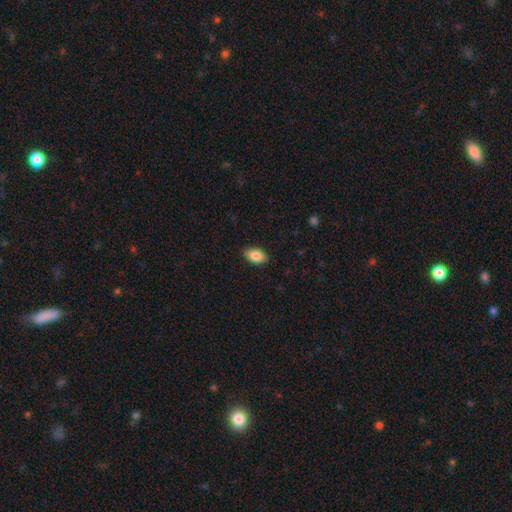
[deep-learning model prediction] Q: Smooth or featured?
A: smooth (86%); runner-up: star or artifact (7%)
Q: How rounded?
A: in between (90%); runner-up: round (8%)
Q: Merging?
A: none (87%); runner-up: minor disturbance (10%)